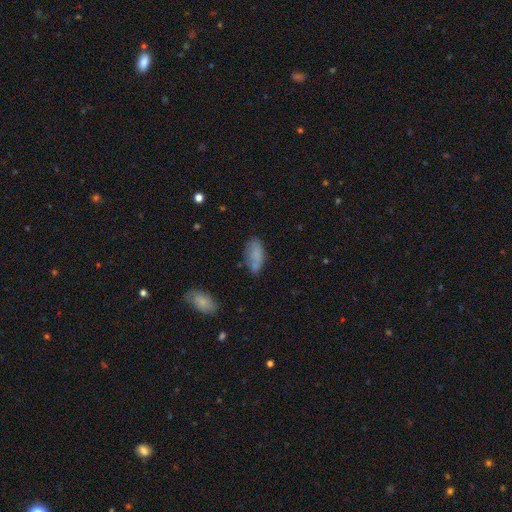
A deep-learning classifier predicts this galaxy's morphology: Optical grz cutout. It shows a smooth galaxy with no disk features (77%) that is in between round and cigar-shaped (87%). Merging: none (57%).